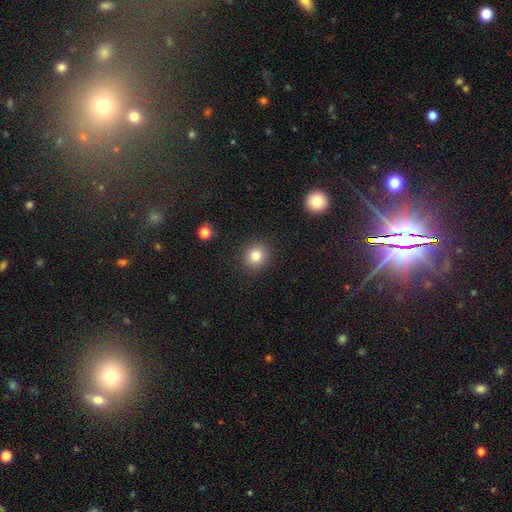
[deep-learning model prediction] Smooth or featured: smooth — 82% (star or artifact — 11%)
How rounded: round — 87% (in between — 12%)
Merging: none — 90% (minor disturbance — 6%)